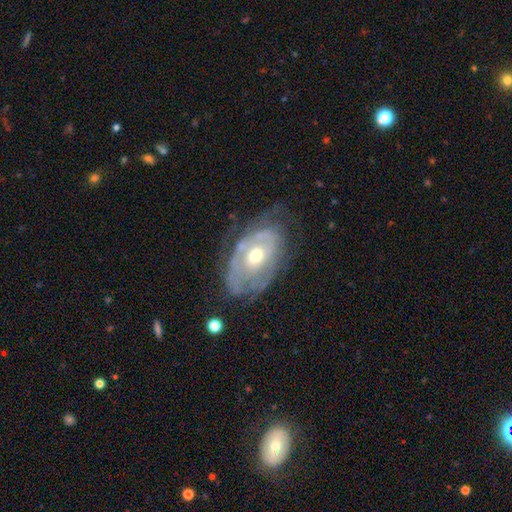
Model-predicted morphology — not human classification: This appears to be a featured or disk galaxy (71%) with no bar (77%), spiral arms (58%) and a moderate central bulge (68%). Merging: none (52%).